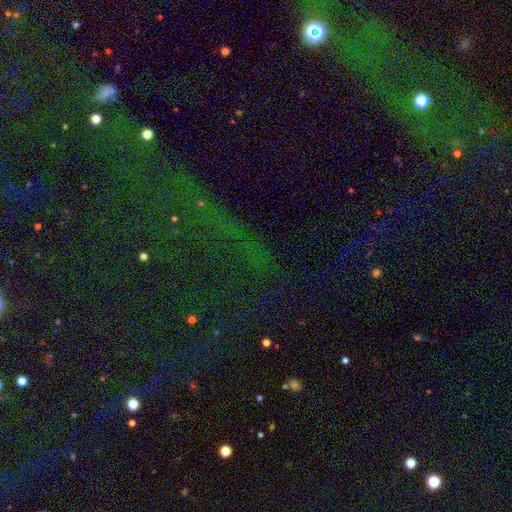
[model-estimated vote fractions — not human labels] Smooth or featured? star or artifact (76%)